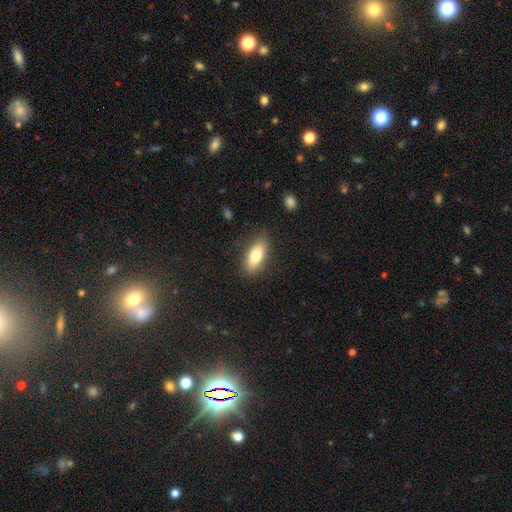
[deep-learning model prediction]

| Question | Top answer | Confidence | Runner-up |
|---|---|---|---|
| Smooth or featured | smooth | 79% | featured or disk (15%) |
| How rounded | in between | 78% | cigar-shaped (20%) |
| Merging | none | 84% | minor disturbance (12%) |